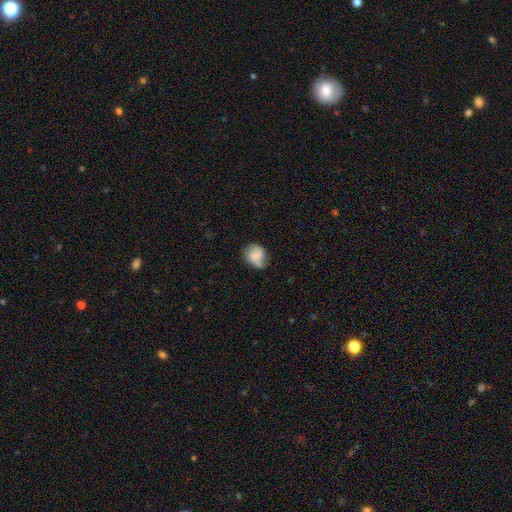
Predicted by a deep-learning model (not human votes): Q: Smooth or featured?
A: smooth (61%); runner-up: featured or disk (30%)
Q: How rounded?
A: round (64%); runner-up: in between (35%)
Q: Merging?
A: none (58%); runner-up: minor disturbance (31%)